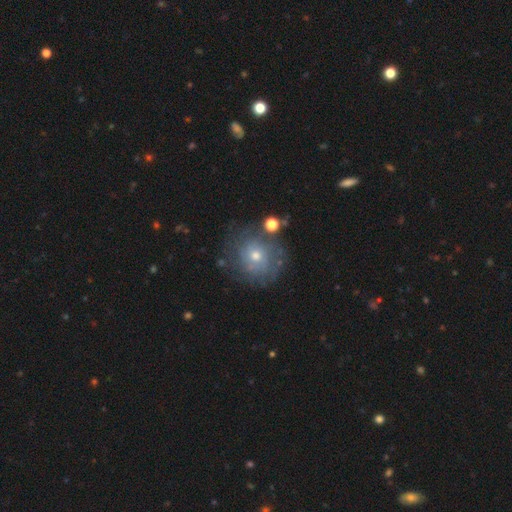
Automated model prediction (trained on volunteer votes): Q: Smooth or featured?
A: featured or disk (55%); runner-up: smooth (33%)
Q: Edge-on disk?
A: no (97%); runner-up: yes (3%)
Q: Bar?
A: no (82%); runner-up: weak (15%)
Q: Spiral arms?
A: yes (70%); runner-up: no (30%)
Q: Bulge size?
A: moderate (50%); runner-up: small (45%)
Q: Merging?
A: none (73%); runner-up: minor disturbance (15%)